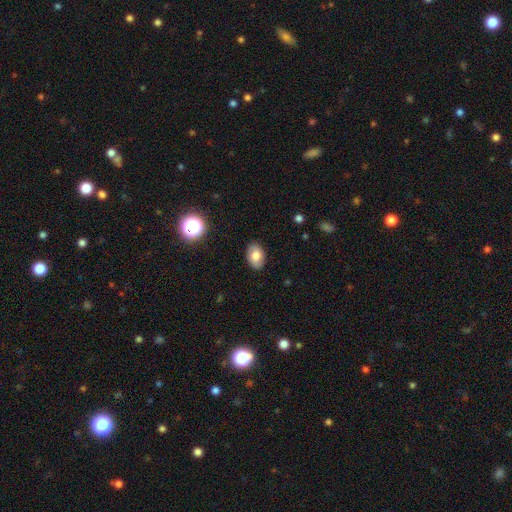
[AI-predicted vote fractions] A smooth galaxy with no disk features (77%) that is in between round and cigar-shaped (86%). Merging: none (87%).